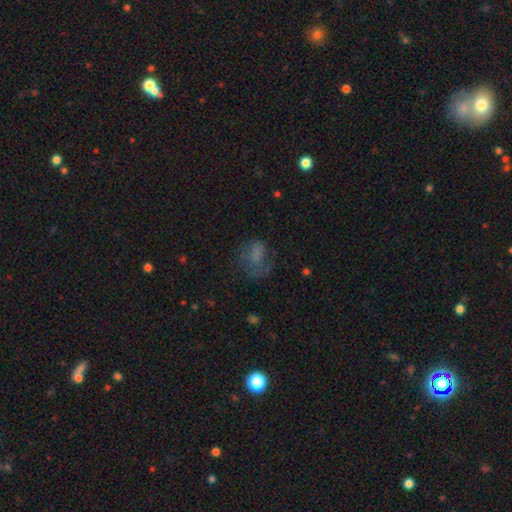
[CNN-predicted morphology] type=smooth (55%); roundness=in between (63%); merging=none (40%).